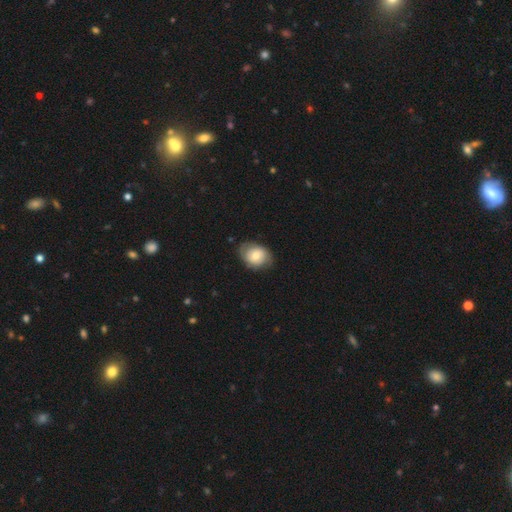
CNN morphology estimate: Q: Smooth or featured?
A: smooth (69%); runner-up: featured or disk (24%)
Q: How rounded?
A: in between (64%); runner-up: round (35%)
Q: Merging?
A: none (72%); runner-up: minor disturbance (22%)